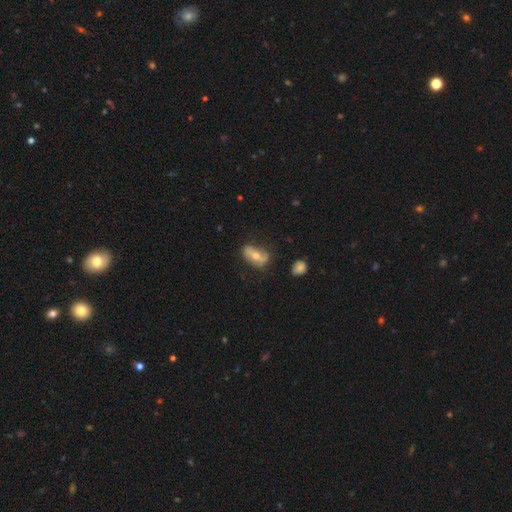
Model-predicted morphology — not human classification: smooth_or_featured: featured or disk (p=0.50) [alt: smooth p=0.42]
disk_edge_on: no (p=0.83) [alt: yes p=0.17]
merging: none (p=0.61) [alt: minor disturbance p=0.26]